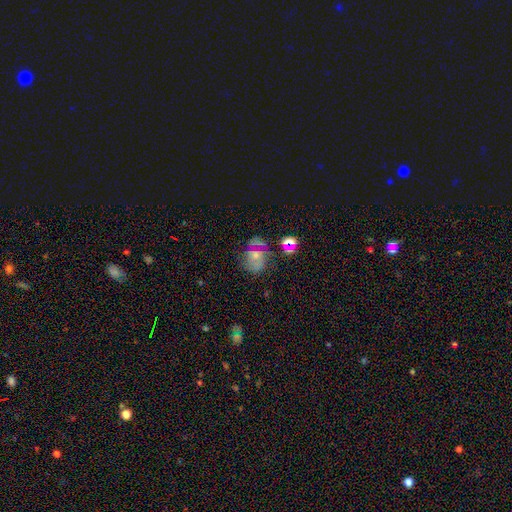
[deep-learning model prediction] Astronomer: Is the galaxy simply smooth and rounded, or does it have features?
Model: featured or disk — 46% (runner-up: smooth, 34%).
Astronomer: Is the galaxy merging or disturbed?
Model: none — 50%.